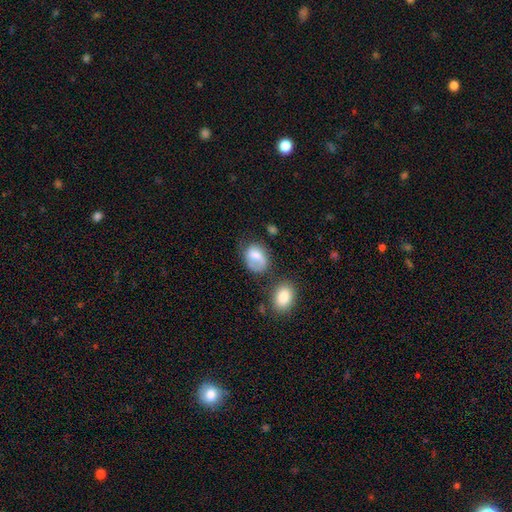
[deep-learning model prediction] Q: Smooth or featured?
A: smooth (68%); runner-up: featured or disk (24%)
Q: How rounded?
A: in between (64%); runner-up: round (34%)
Q: Merging?
A: none (43%); runner-up: minor disturbance (29%)